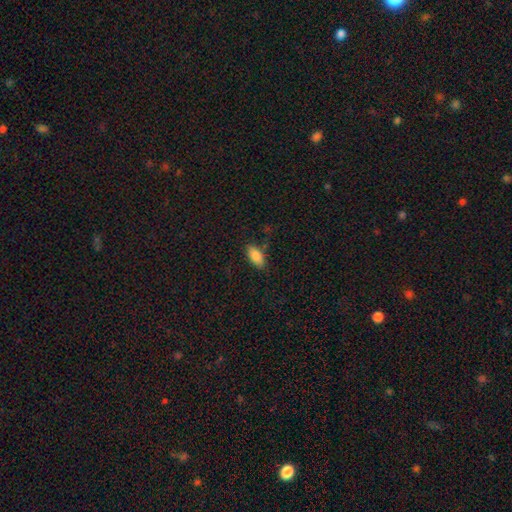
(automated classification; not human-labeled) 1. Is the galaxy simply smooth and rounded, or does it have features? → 85% smooth, 8% star or artifact, 8% featured or disk.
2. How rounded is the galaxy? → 89% in between, 8% cigar-shaped, 3% round.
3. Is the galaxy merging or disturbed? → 80% none, 14% minor disturbance, 3% major disturbance, 2% merger.